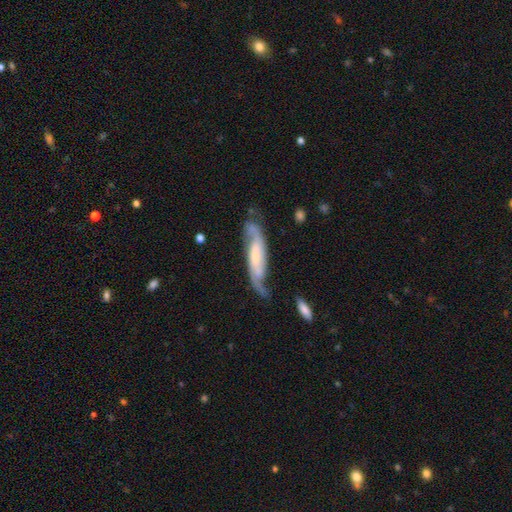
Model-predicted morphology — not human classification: A featured or disk galaxy (80%) with a weak bar (37%, tied with no), 2 (86%) medium (44%) spiral arms (95%) and a small central bulge (42%).

Vote fractions:
- Smooth or featured? featured or disk: 80% / smooth: 15% / star or artifact: 5%
- Edge-on disk? no: 81% / yes: 19%
- Bar? weak: 37% (tied) / no: 37% (tied) / strong: 27%
- Spiral arms? yes: 95% / no: 5%
- Spiral winding? medium: 44% / loose: 34% / tight: 22%
- Spiral arm count? 2: 86% / can't tell: 7% / 1: 3% / 3: 2% / 4: 1% / more than 4: 1%
- Bulge size? small: 42% / moderate: 30% / none: 16% / large: 10% / dominant: 2%
- Merging? none: 64% / minor disturbance: 21% / major disturbance: 11% / merger: 4%